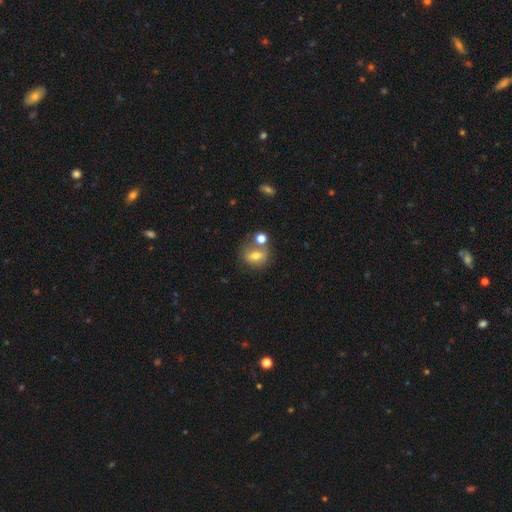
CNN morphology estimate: Smooth or featured? smooth (59%)
How rounded? round (50%)
Merging? none (53%)